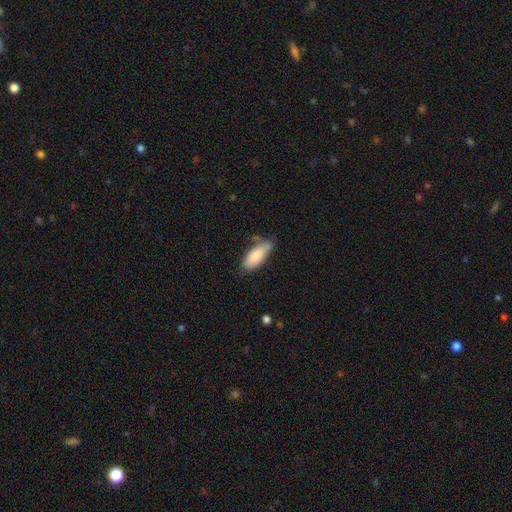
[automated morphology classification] This is clearly a smooth galaxy (81%). How rounded: clearly in between (84%). Merging: possibly none (59%).